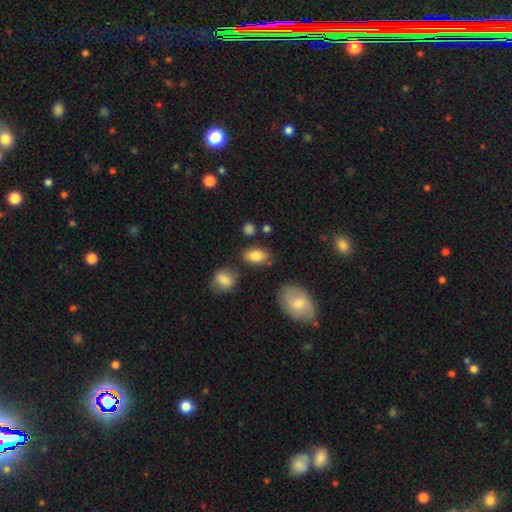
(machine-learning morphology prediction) smooth 84%, featured or disk 8%, star or artifact 8%. Down the decision tree: how rounded — in between (89%); merging — none (79%).